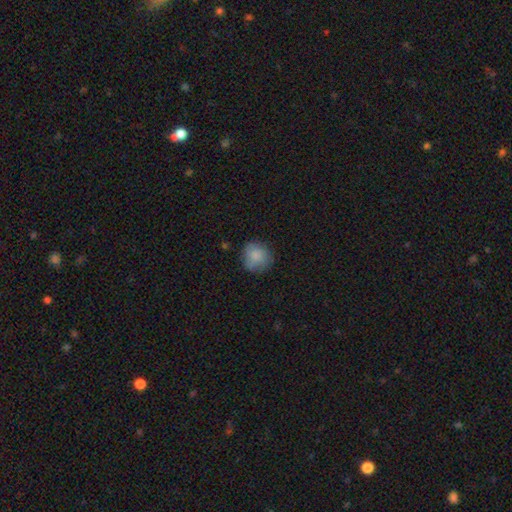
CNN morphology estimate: Q: Smooth or featured?
A: smooth (83%); runner-up: featured or disk (9%)
Q: How rounded?
A: round (84%); runner-up: in between (15%)
Q: Merging?
A: none (73%); runner-up: minor disturbance (20%)